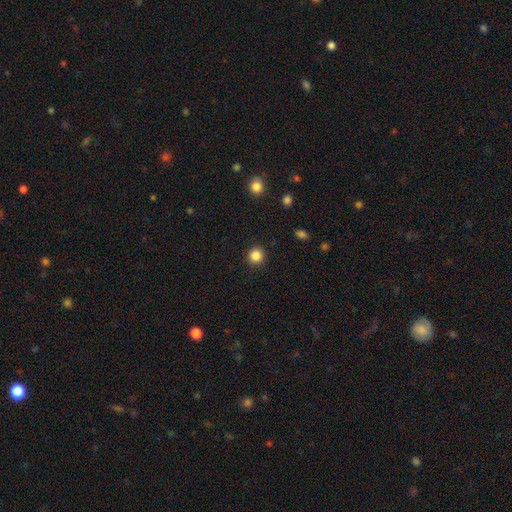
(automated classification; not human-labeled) smooth 86%, star or artifact 11%, featured or disk 3%. Down the decision tree: how rounded — round (93%); merging — none (92%).